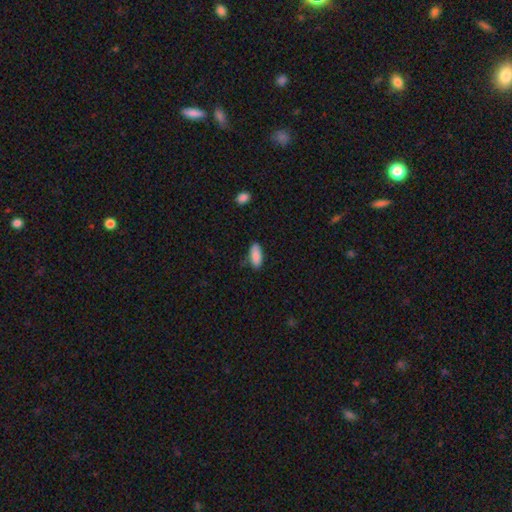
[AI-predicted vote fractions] smooth_or_featured: smooth (p=0.88) [alt: star or artifact p=0.06]
how_rounded: in between (p=0.81) [alt: cigar-shaped p=0.17]
merging: none (p=0.79) [alt: minor disturbance p=0.17]